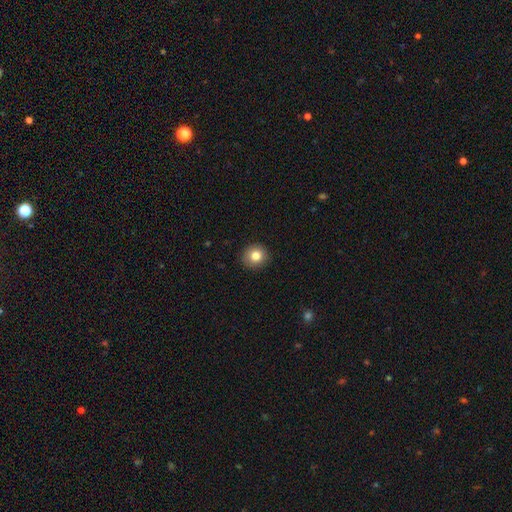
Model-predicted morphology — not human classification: Smooth or featured: smooth — 83% (star or artifact — 10%)
How rounded: round — 90% (in between — 9%)
Merging: none — 91% (minor disturbance — 6%)